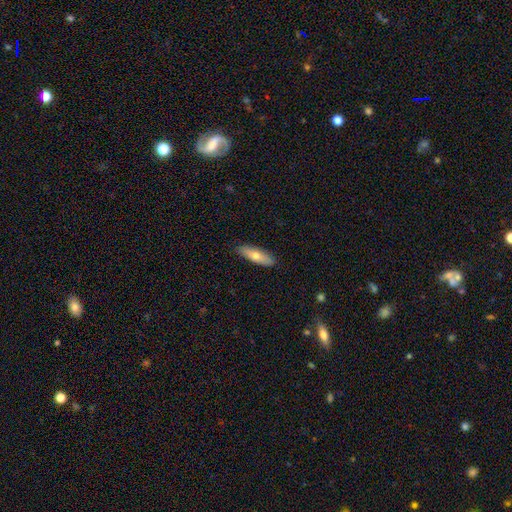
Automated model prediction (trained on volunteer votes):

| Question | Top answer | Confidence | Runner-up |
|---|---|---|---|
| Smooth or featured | smooth | 67% | featured or disk (27%) |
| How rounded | cigar-shaped | 52% | in between (46%) |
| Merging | none | 88% | minor disturbance (9%) |